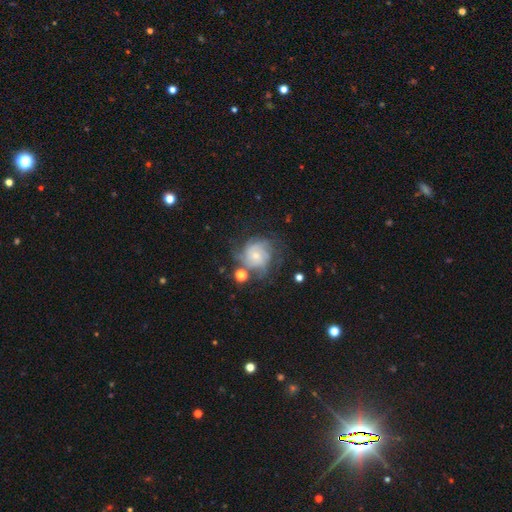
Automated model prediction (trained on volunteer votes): Q: Smooth or featured?
A: featured or disk (75%); runner-up: smooth (16%)
Q: Edge-on disk?
A: no (98%); runner-up: yes (2%)
Q: Bar?
A: no (74%); runner-up: weak (22%)
Q: Spiral arms?
A: yes (93%); runner-up: no (7%)
Q: Spiral winding?
A: tight (58%); runner-up: medium (32%)
Q: Spiral arm count?
A: can't tell (33%); runner-up: 3 (22%)
Q: Bulge size?
A: small (67%); runner-up: moderate (26%)
Q: Merging?
A: none (60%); runner-up: minor disturbance (19%)